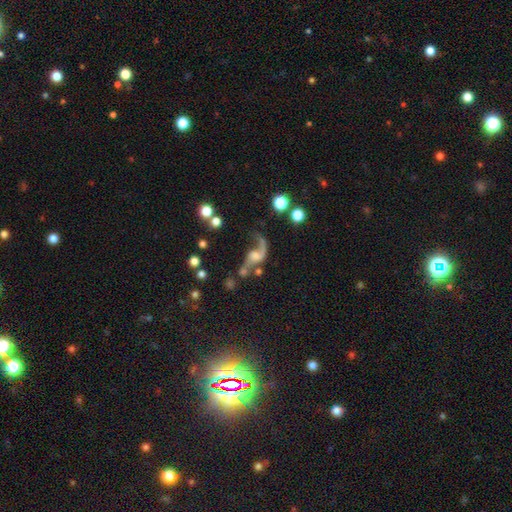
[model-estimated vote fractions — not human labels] smooth-or-featured: featured or disk: 74% | smooth: 16% | star or artifact: 10%
  disk-edge-on: no: 96% | yes: 4%
    bar: no: 59% | weak: 32% | strong: 9%
    has-spiral-arms: yes: 88% | no: 12%
      spiral-winding: loose: 89% | medium: 9% | tight: 2%
      spiral-arm-count: 2: 66% | 1: 29% | can't tell: 2% | 3: 1% | 4: 1% | more than 4: 1%
    bulge-size: none: 30% | moderate: 27% | small: 27% | large: 13% | dominant: 3%
  merging: none: 33% | major disturbance: 30% | merger: 21% | minor disturbance: 15%